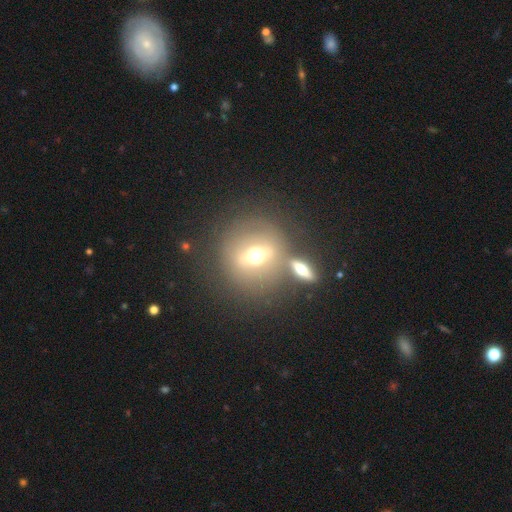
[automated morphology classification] Smooth or featured: featured or disk — 53% (smooth — 36%)
Edge-on disk: no — 70% (yes — 30%)
Merging: none — 64% (merger — 19%)